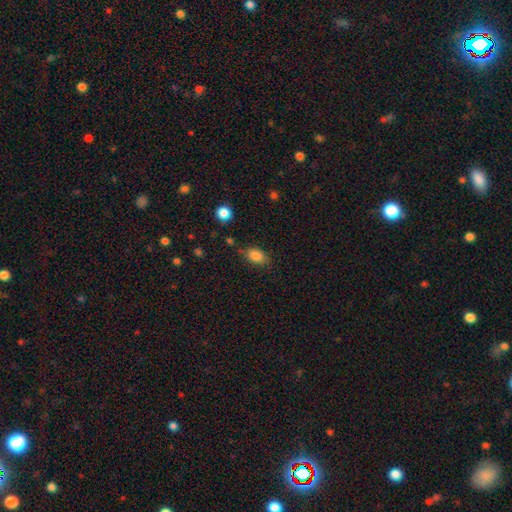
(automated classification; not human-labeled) A smooth galaxy with no disk features (84%) that is in between round and cigar-shaped (81%). Merging: none (74%).